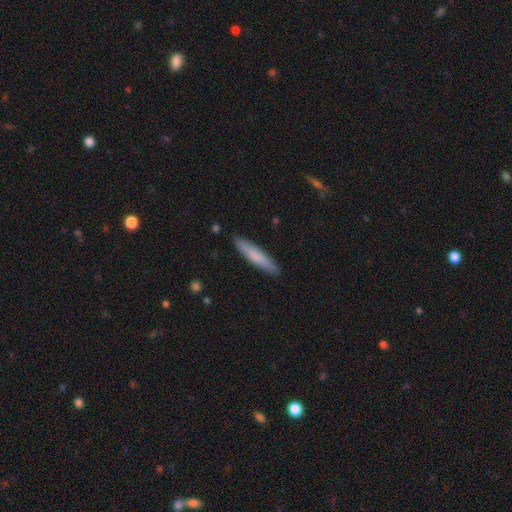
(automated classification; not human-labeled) This is likely a smooth galaxy (76%). How rounded: clearly cigar-shaped (89%). Merging: clearly none (89%).